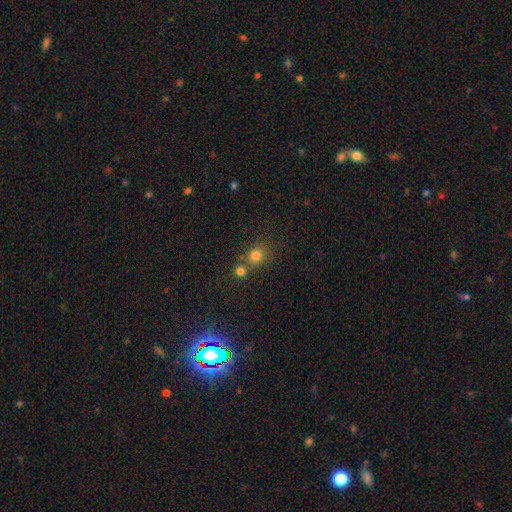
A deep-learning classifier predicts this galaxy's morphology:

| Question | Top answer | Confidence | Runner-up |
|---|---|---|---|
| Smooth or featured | smooth | 77% | star or artifact (16%) |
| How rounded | round | 83% | in between (16%) |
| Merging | none | 57% | merger (31%) |